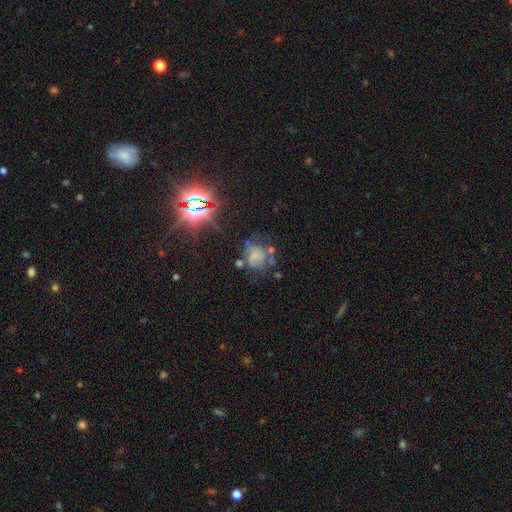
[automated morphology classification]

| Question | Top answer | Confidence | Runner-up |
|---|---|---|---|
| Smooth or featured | smooth | 40% | featured or disk (36%) |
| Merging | none | 36% | major disturbance (27%) |